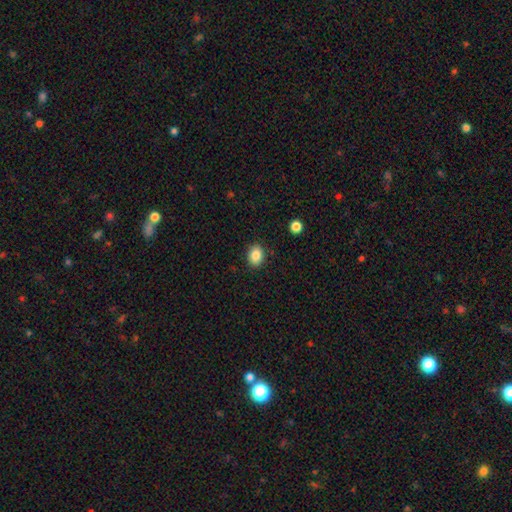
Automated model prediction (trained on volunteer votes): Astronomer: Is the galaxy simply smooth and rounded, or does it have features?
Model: smooth — 86%.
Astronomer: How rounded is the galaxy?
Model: in between — 64%.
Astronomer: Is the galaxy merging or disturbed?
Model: none — 88%.